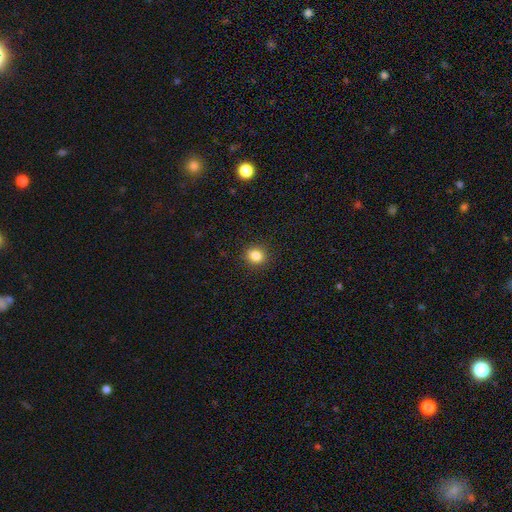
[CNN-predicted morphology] Q: Smooth or featured?
A: smooth (84%); runner-up: star or artifact (11%)
Q: How rounded?
A: round (76%); runner-up: in between (23%)
Q: Merging?
A: none (91%); runner-up: minor disturbance (6%)